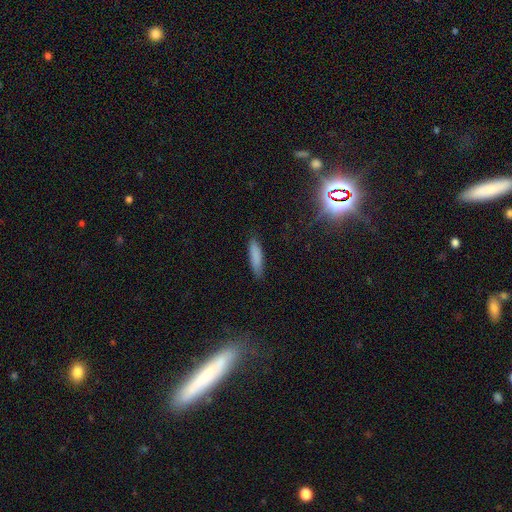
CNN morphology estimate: Q: Smooth or featured?
A: smooth (84%); runner-up: featured or disk (8%)
Q: How rounded?
A: cigar-shaped (74%); runner-up: in between (24%)
Q: Merging?
A: none (85%); runner-up: minor disturbance (12%)